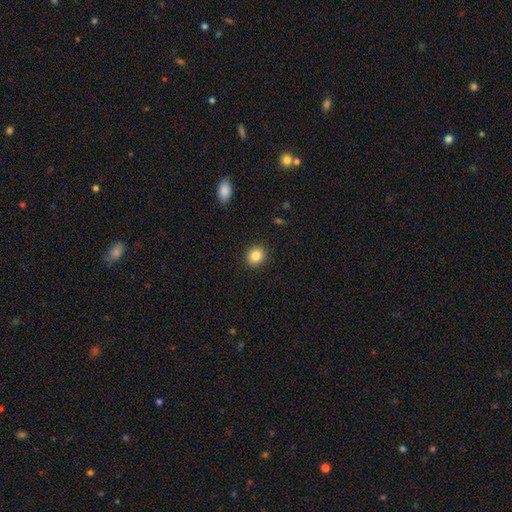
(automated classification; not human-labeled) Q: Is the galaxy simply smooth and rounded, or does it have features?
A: smooth — 84%.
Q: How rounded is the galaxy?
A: round — 80%.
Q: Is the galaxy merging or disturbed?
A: none — 91%.